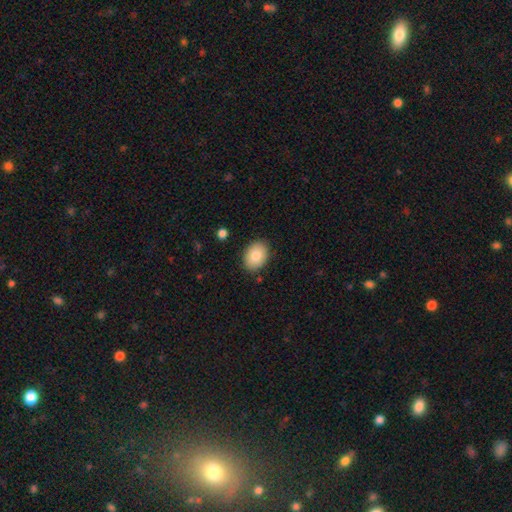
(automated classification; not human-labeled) smooth_or_featured: smooth (p=0.85) [alt: featured or disk p=0.08]
how_rounded: in between (p=0.76) [alt: round p=0.23]
merging: none (p=0.87) [alt: minor disturbance p=0.09]